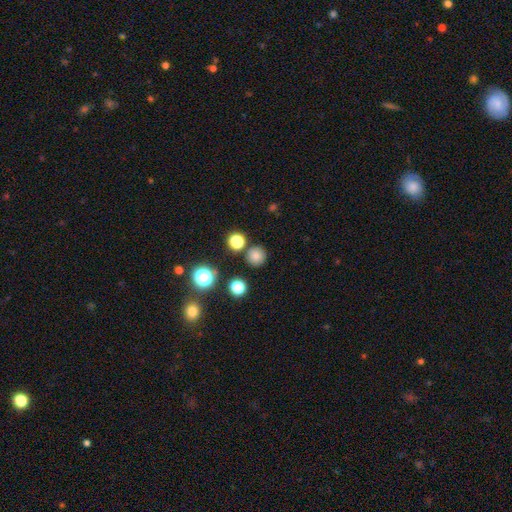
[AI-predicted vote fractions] smooth_or_featured: smooth (p=0.77) [alt: star or artifact p=0.17]
how_rounded: round (p=0.93) [alt: in between p=0.06]
merging: none (p=0.85) [alt: minor disturbance p=0.07]